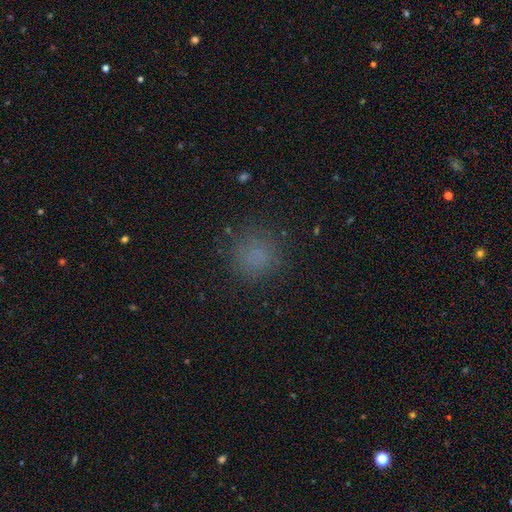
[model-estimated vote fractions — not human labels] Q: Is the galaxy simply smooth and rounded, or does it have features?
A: smooth — 76%.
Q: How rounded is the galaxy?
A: round — 91%.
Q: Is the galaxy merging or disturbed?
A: none — 84%.